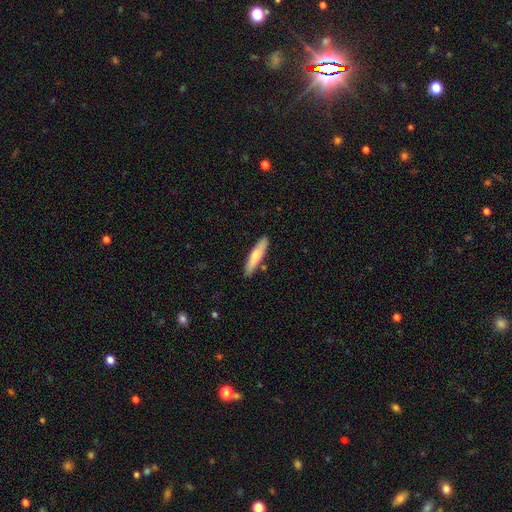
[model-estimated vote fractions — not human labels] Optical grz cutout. It shows a smooth galaxy with no disk features (65%) that is cigar-shaped (84%). Merging: none (85%).